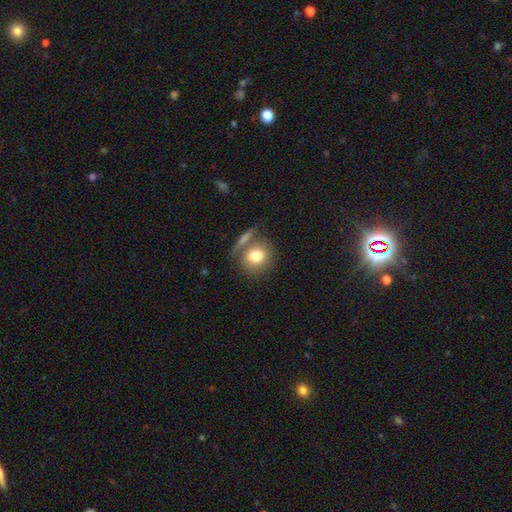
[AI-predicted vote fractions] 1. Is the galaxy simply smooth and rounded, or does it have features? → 77% smooth, 14% featured or disk, 9% star or artifact.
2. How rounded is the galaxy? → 82% round, 17% in between, 1% cigar-shaped.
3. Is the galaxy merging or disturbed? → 61% none, 21% merger, 12% minor disturbance, 5% major disturbance.